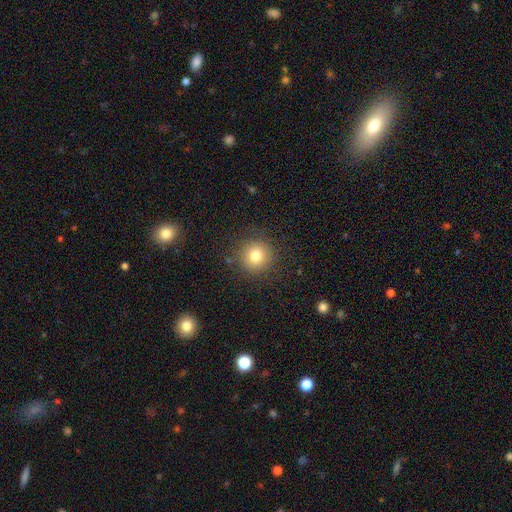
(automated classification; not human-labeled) Smooth or featured? Predicted: smooth (p=0.78). How rounded? Predicted: round (p=0.94). Merging? Predicted: none (p=0.88).